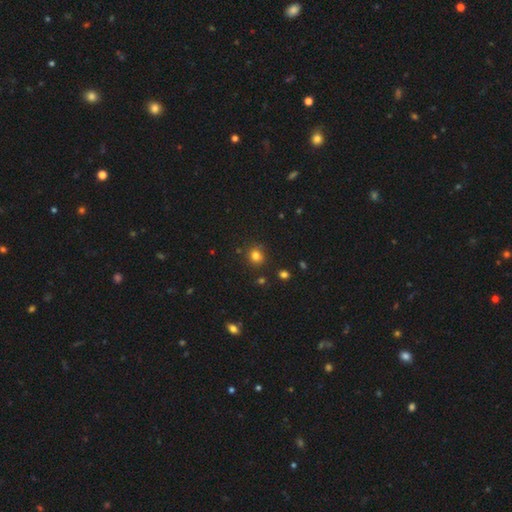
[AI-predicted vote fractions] Smooth or featured?
  - smooth: 79% *
  - star or artifact: 15%
  - featured or disk: 6%
How rounded?
  - round: 84% *
  - in between: 15%
  - cigar-shaped: 1%
Merging?
  - none: 83% *
  - minor disturbance: 11%
  - merger: 3%
  - major disturbance: 3%